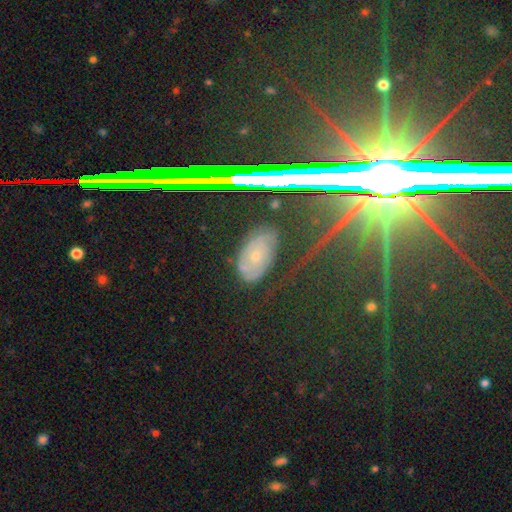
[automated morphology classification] smooth-or-featured: star or artifact: 40% | featured or disk: 34% | smooth: 26%